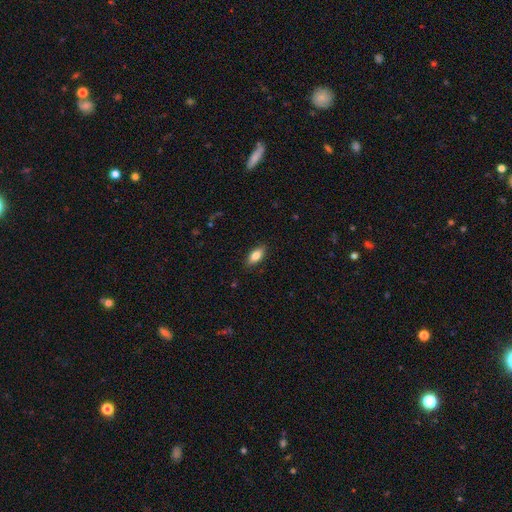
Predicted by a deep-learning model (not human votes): This appears to be a smooth galaxy with no disk features (81%) that is in between round and cigar-shaped (84%). Merging: none (88%).